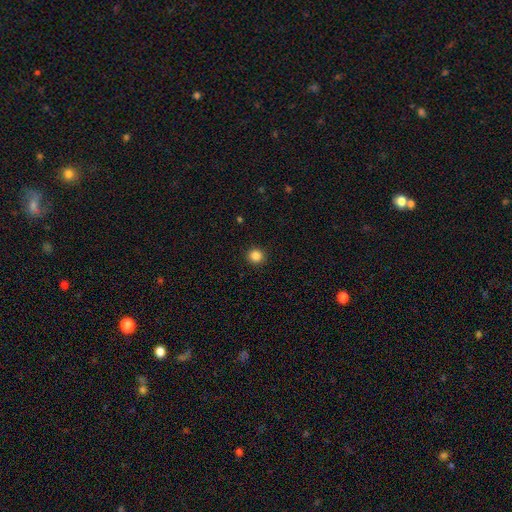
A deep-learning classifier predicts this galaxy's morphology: Smooth or featured? smooth (85%)
How rounded? round (94%)
Merging? none (93%)